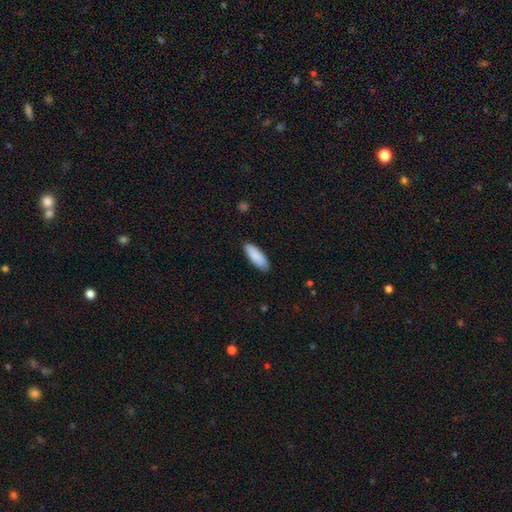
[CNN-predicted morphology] The model was most divided on "how rounded": in between: 72%, cigar-shaped: 26%, round: 1%. More confident: smooth or featured — smooth (90%); merging — none (88%).